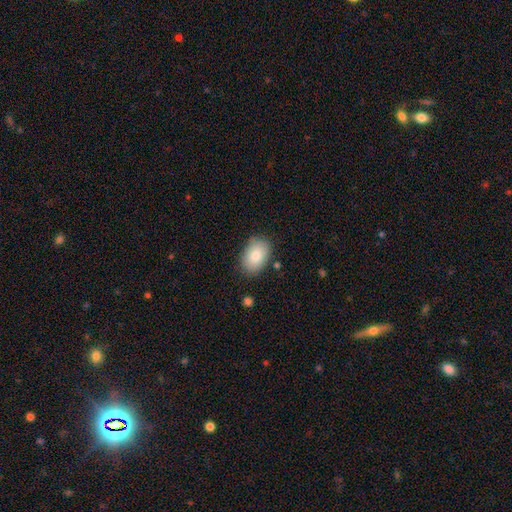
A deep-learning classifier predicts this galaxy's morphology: The model was most divided on "merging": none: 83%, minor disturbance: 13%, major disturbance: 3%, merger: 2%. More confident: how rounded — in between (87%); smooth or featured — smooth (84%).